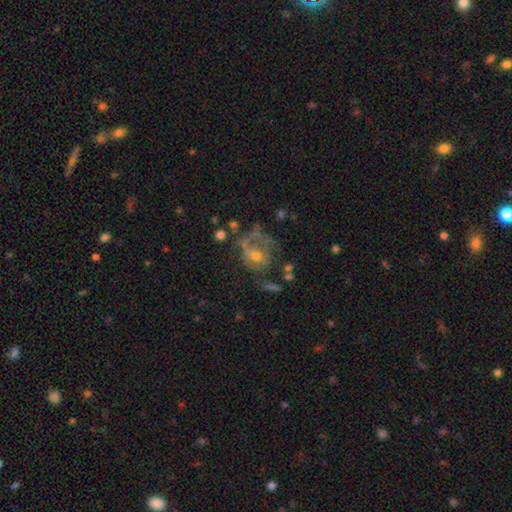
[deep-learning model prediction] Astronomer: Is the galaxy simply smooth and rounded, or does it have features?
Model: featured or disk — 62%.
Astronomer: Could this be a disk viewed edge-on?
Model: no — 97%.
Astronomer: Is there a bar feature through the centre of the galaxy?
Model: no — 69%.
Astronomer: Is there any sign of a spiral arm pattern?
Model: no — 51% (runner-up: yes, 49%).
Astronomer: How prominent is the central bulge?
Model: moderate — 50% (runner-up: small, 39%).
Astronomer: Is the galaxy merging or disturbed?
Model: none — 38% (runner-up: major disturbance, 34%).